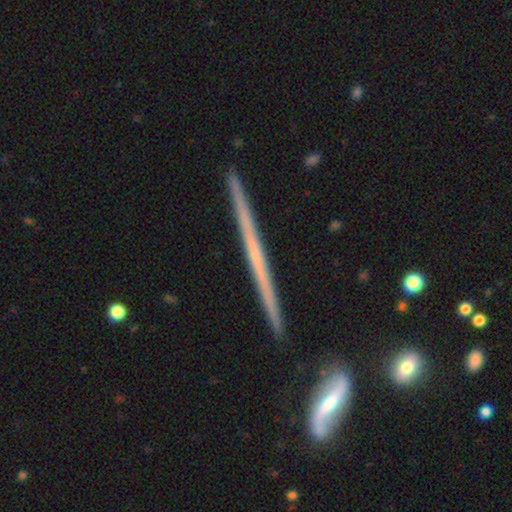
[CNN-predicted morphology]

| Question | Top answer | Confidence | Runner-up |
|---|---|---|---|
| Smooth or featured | featured or disk | 71% | smooth (23%) |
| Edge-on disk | yes | 98% | no (2%) |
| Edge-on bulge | none | 86% | rounded (10%) |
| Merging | none | 90% | minor disturbance (7%) |